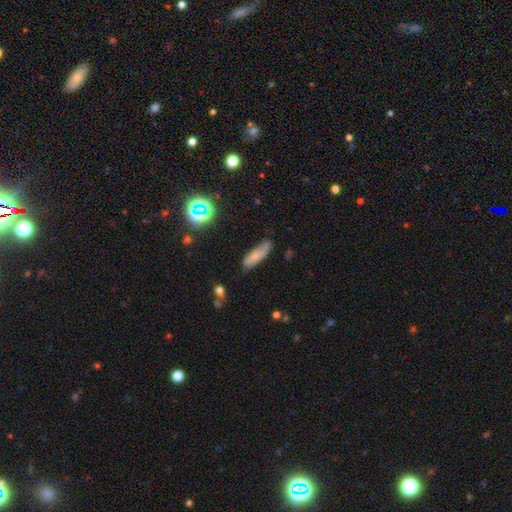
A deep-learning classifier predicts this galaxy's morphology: Smooth or featured? smooth (71%)
How rounded? cigar-shaped (53%)
Merging? none (62%)